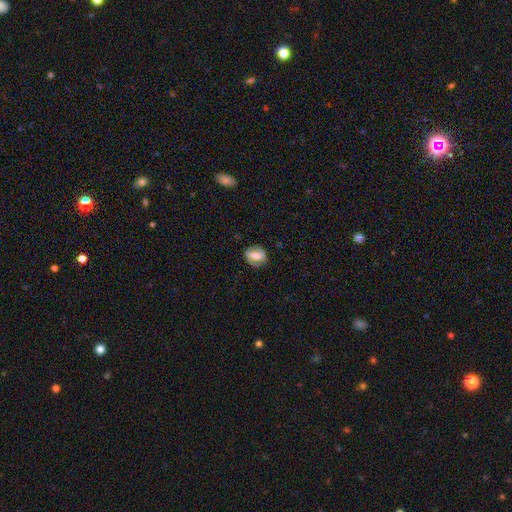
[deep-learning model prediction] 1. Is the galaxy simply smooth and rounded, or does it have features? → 56% featured or disk, 37% smooth, 8% star or artifact.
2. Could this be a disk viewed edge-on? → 95% no, 5% yes.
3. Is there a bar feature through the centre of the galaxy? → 39% strong, 37% weak, 24% no.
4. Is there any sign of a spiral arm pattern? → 79% yes, 21% no.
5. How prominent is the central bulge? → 60% moderate, 28% small, 8% large, 3% none, 1% dominant.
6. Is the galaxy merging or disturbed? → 80% none, 14% minor disturbance, 4% major disturbance, 1% merger.